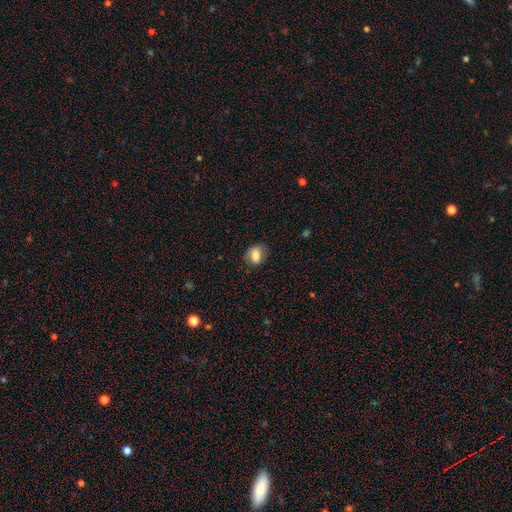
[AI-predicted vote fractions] smooth-or-featured: smooth: 77% | featured or disk: 15% | star or artifact: 9%
  how-rounded: in between: 62% | round: 36% | cigar-shaped: 2%
  merging: none: 76% | minor disturbance: 17% | major disturbance: 6% | merger: 1%